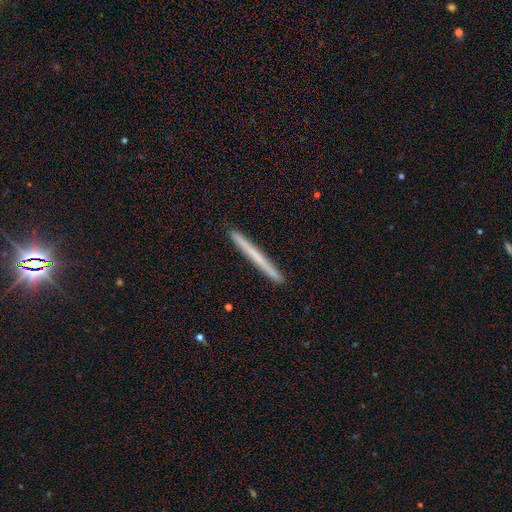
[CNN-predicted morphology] Q: Smooth or featured?
A: smooth (57%); runner-up: featured or disk (37%)
Q: How rounded?
A: cigar-shaped (98%); runner-up: in between (1%)
Q: Merging?
A: none (93%); runner-up: minor disturbance (5%)